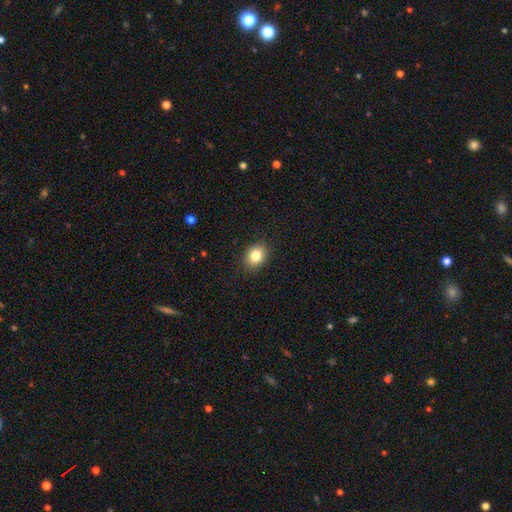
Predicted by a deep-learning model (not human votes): Smooth or featured?
  - smooth: 83% *
  - star or artifact: 10%
  - featured or disk: 7%
How rounded?
  - round: 51% *
  - in between: 48%
  - cigar-shaped: 1%
Merging?
  - none: 89% *
  - minor disturbance: 8%
  - major disturbance: 2%
  - merger: 1%